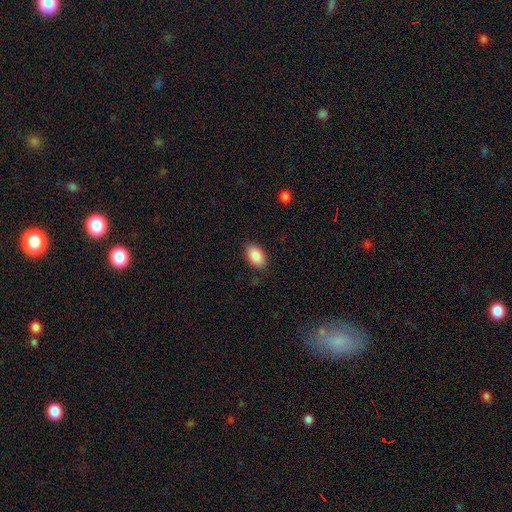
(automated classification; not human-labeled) This is clearly a smooth galaxy (89%). How rounded: clearly in between (93%). Merging: clearly none (86%).